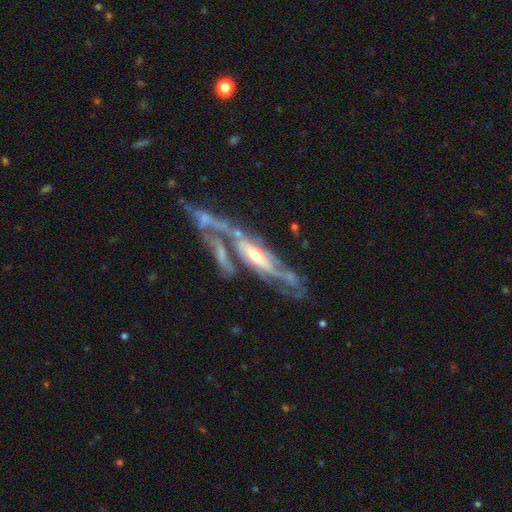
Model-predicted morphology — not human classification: This is clearly a featured or disk galaxy (86%). It is likely not viewed edge-on (74%). Bar: marginally no (40%). Spiral arm pattern: clearly yes (90%). Spiral arm count: possibly 2 (49%). Spiral winding: marginally tight (41%). Central bulge: possibly moderate (47%). Merging: marginally none (37%).